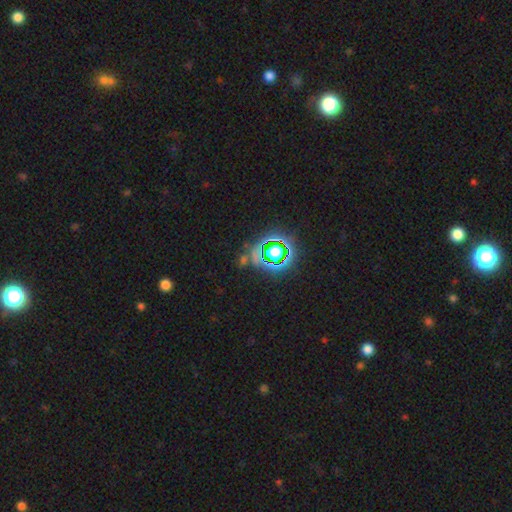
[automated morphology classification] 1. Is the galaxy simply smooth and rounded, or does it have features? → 70% star or artifact, 20% smooth, 10% featured or disk.